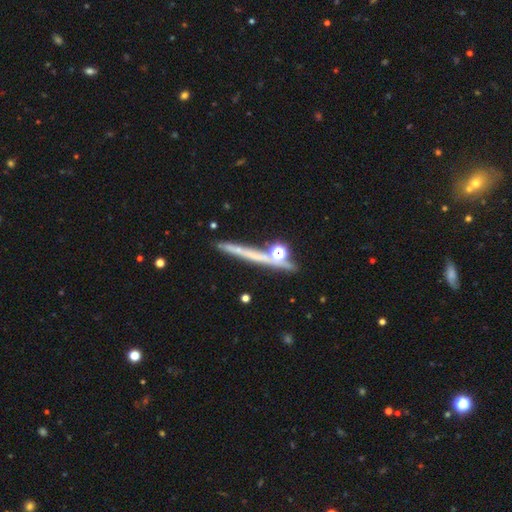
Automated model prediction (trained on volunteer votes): Smooth or featured?
  - featured or disk: 47% *
  - smooth: 38%
  - star or artifact: 15%
Merging?
  - none: 72% *
  - minor disturbance: 12%
  - merger: 11%
  - major disturbance: 5%